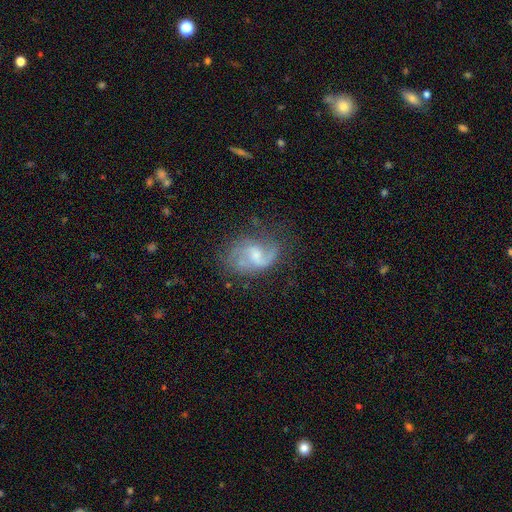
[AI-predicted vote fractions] Q: Smooth or featured?
A: featured or disk (78%); runner-up: smooth (14%)
Q: Edge-on disk?
A: no (97%); runner-up: yes (3%)
Q: Bar?
A: weak (53%); runner-up: no (38%)
Q: Spiral arms?
A: yes (91%); runner-up: no (9%)
Q: Spiral winding?
A: loose (47%); runner-up: medium (41%)
Q: Spiral arm count?
A: 2 (72%); runner-up: can't tell (11%)
Q: Bulge size?
A: moderate (43%); runner-up: small (40%)
Q: Merging?
A: none (59%); runner-up: minor disturbance (22%)